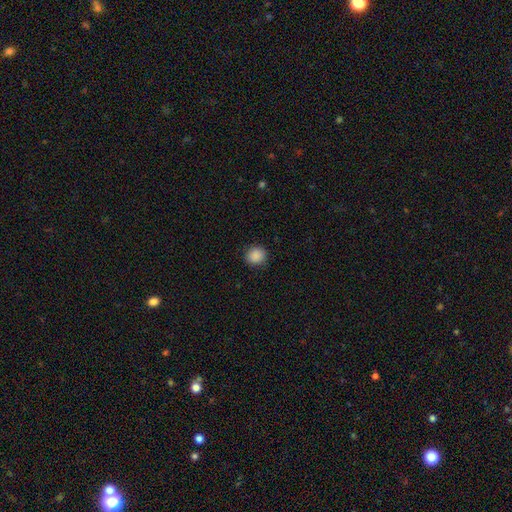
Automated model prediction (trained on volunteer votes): Smooth or featured? Predicted: smooth (p=0.89). How rounded? Predicted: round (p=0.85). Merging? Predicted: none (p=0.89).